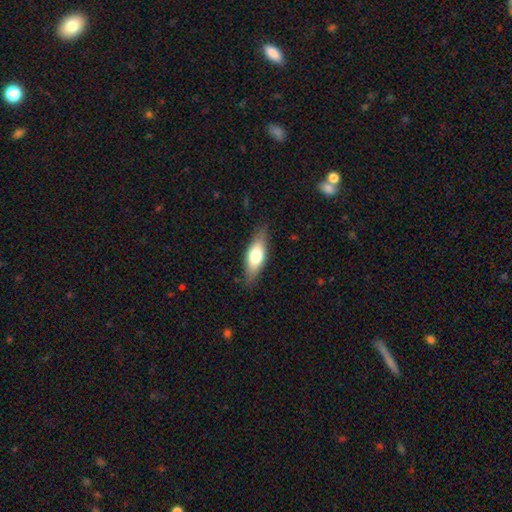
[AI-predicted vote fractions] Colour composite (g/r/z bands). It shows a smooth galaxy with no disk features (64%) that is in between round and cigar-shaped (67%). Merging: none (81%).